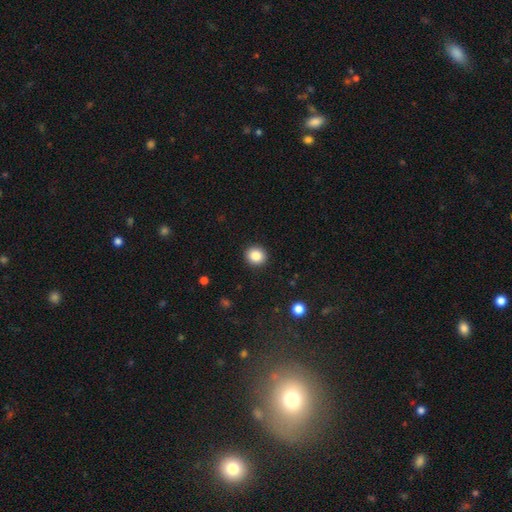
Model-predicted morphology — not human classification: smooth 86%, star or artifact 10%, featured or disk 4%. Down the decision tree: how rounded — round (83%); merging — none (92%).